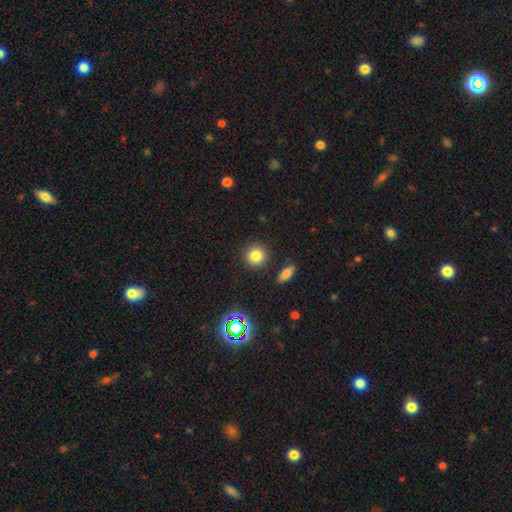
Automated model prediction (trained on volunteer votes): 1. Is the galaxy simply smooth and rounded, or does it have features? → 81% smooth, 12% star or artifact, 6% featured or disk.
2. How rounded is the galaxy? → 90% round, 8% in between, 1% cigar-shaped.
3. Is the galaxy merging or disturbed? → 89% none, 6% minor disturbance, 3% merger, 2% major disturbance.